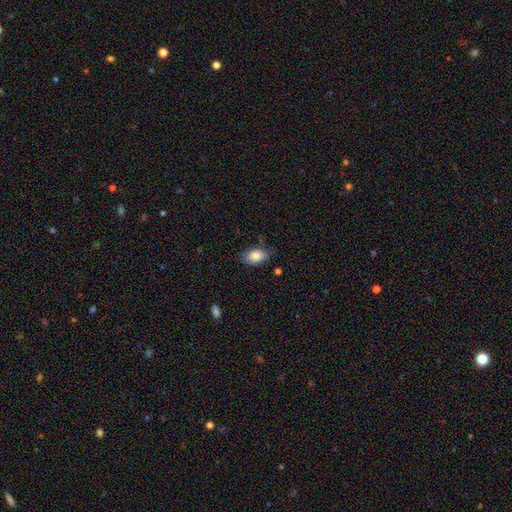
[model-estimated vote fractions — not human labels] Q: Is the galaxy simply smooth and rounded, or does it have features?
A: smooth — 85%.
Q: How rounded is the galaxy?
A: in between — 89%.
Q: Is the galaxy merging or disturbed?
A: none — 75%.